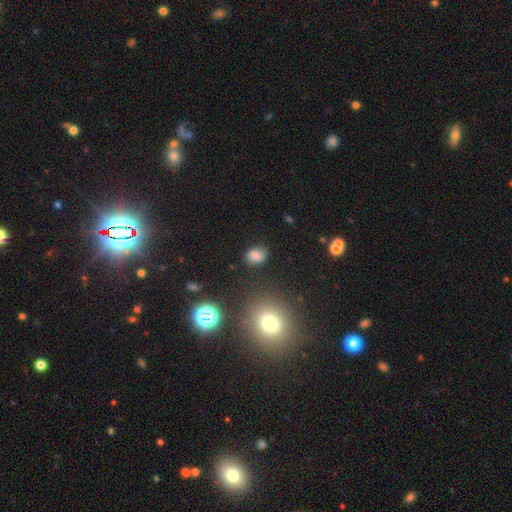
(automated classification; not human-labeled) A smooth galaxy with no disk features (76%) that is in between round and cigar-shaped (65%). Merging: none (75%).